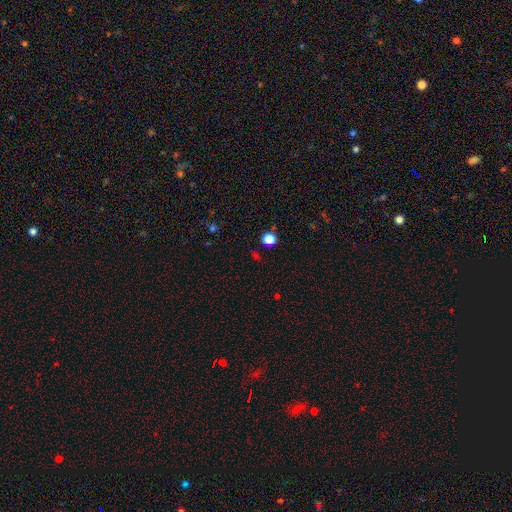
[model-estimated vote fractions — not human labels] Smooth or featured? smooth (55%)
How rounded? round (82%)
Merging? none (85%)